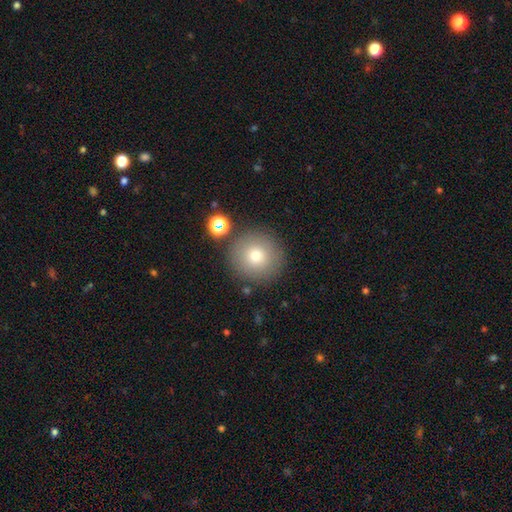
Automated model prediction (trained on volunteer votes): Smooth or featured? smooth (75%)
How rounded? round (96%)
Merging? none (85%)